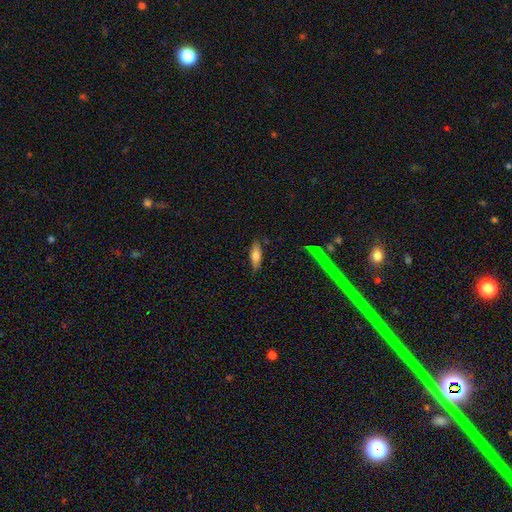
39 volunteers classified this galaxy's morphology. A smooth galaxy with no disk features (72%) that is in between round and cigar-shaped (57%). Merging: none (89%).